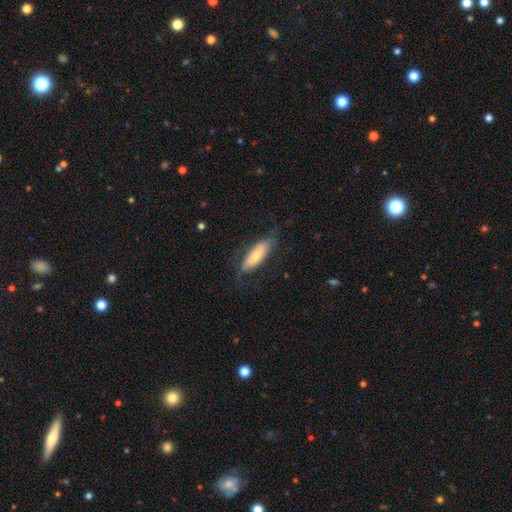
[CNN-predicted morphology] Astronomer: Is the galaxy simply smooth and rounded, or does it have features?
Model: smooth — 55% (runner-up: featured or disk, 39%).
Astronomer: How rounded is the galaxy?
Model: in between — 61% (runner-up: cigar-shaped, 37%).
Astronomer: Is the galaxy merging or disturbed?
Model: none — 62%.